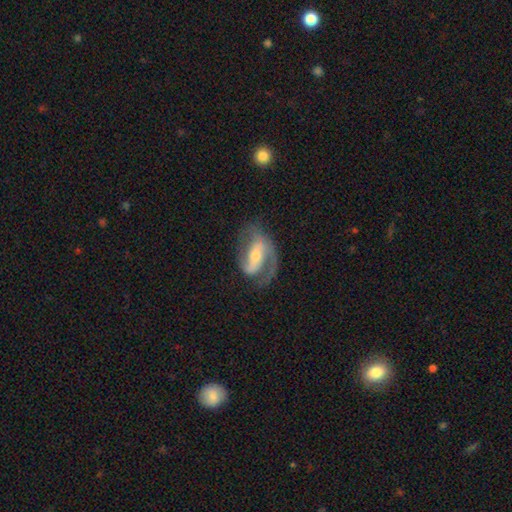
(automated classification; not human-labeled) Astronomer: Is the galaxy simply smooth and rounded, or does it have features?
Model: featured or disk — 83%.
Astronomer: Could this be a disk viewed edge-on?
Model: no — 96%.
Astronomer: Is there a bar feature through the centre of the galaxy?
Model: strong — 44% (runner-up: weak, 35%).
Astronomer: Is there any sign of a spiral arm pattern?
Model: yes — 93%.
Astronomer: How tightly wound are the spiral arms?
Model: medium — 50% (runner-up: tight, 25%).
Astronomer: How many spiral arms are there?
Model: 2 — 68%.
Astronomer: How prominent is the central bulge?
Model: moderate — 49% (runner-up: small, 42%).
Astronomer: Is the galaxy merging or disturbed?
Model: none — 60%.